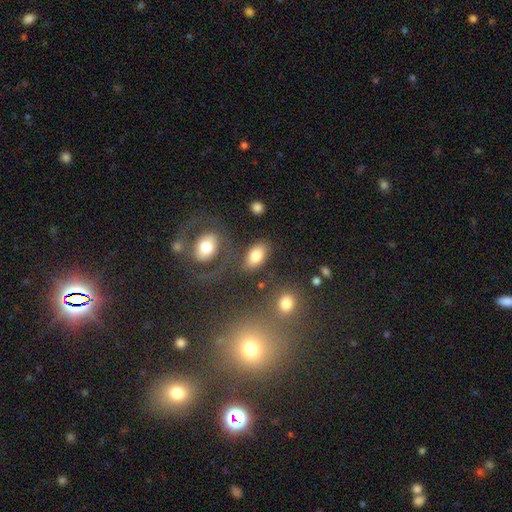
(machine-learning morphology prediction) A smooth galaxy with no disk features (79%) that is in between round and cigar-shaped (90%).

Vote fractions:
- Smooth or featured? smooth: 79% / featured or disk: 13% / star or artifact: 8%
- How rounded? in between: 90% / round: 8% / cigar-shaped: 2%
- Merging? none: 73% / minor disturbance: 12% / merger: 9% / major disturbance: 6%